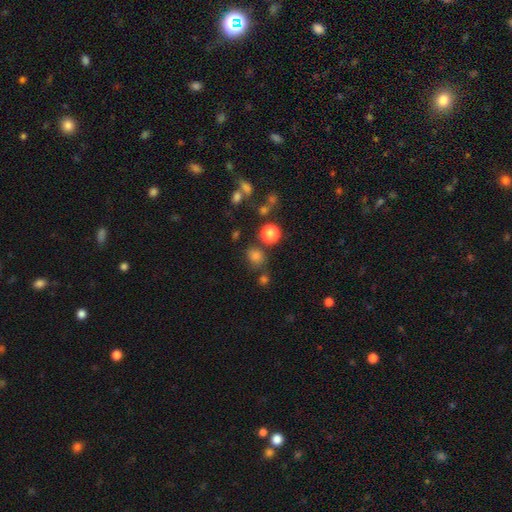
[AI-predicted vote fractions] A smooth galaxy with no disk features (74%) that is round (71%). Merging: none (72%).